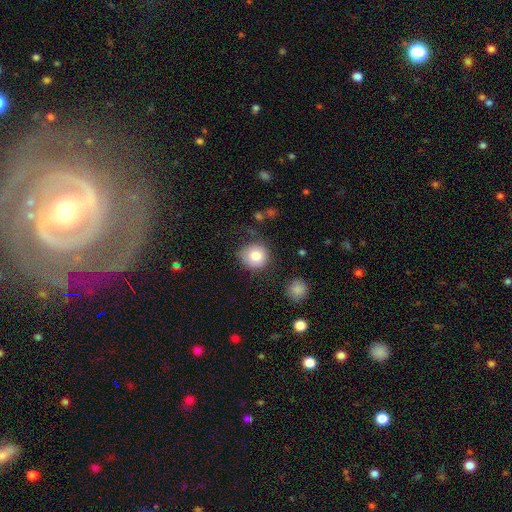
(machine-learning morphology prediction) Q: Smooth or featured?
A: smooth (82%); runner-up: featured or disk (9%)
Q: How rounded?
A: round (91%); runner-up: in between (8%)
Q: Merging?
A: none (73%); runner-up: minor disturbance (18%)